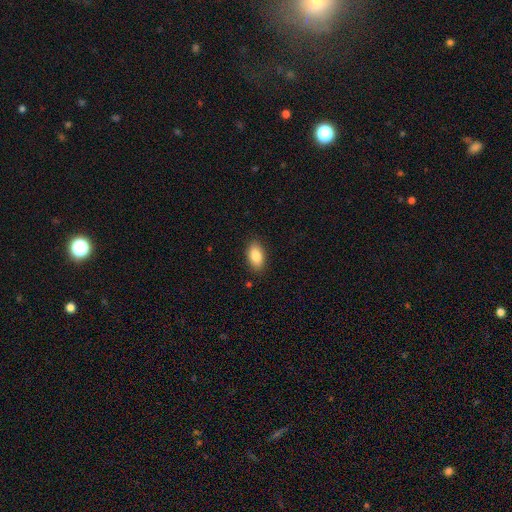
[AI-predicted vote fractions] Morphology: type=smooth (87%); roundness=in between (93%); merging=none (87%).